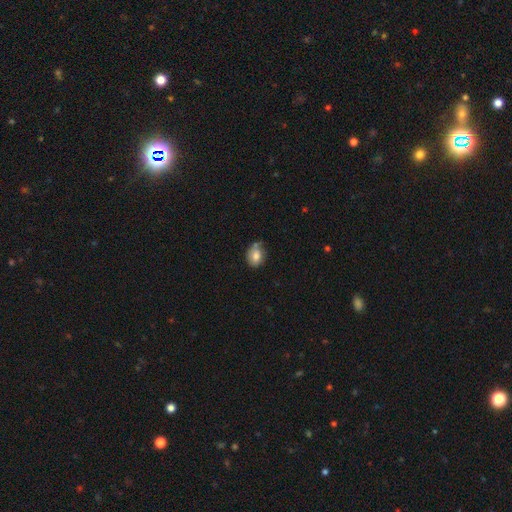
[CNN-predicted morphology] Q: Smooth or featured?
A: smooth (76%); runner-up: featured or disk (16%)
Q: How rounded?
A: in between (61%); runner-up: round (38%)
Q: Merging?
A: none (53%); runner-up: minor disturbance (31%)